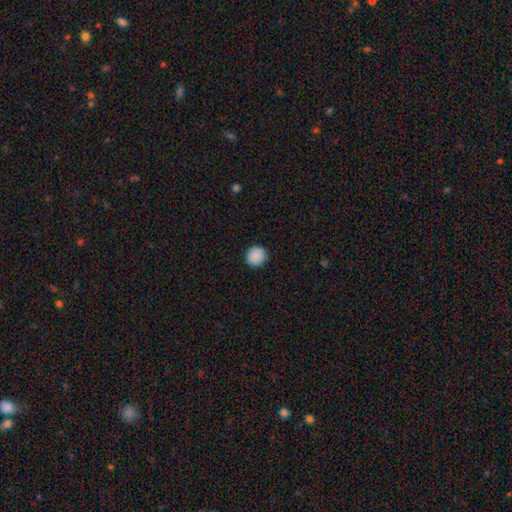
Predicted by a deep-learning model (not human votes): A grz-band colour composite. It shows a smooth galaxy with no disk features (88%) that is round (93%). Merging: none (90%).